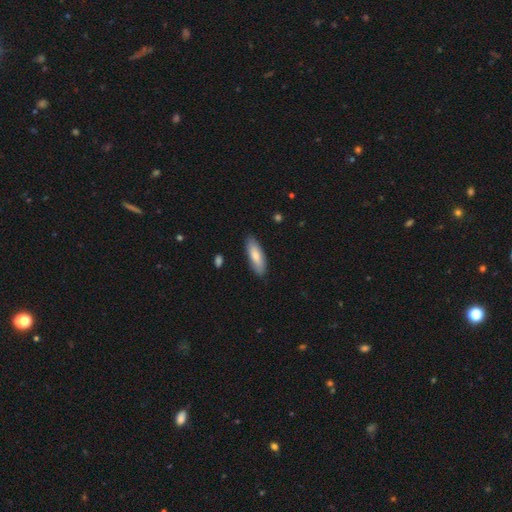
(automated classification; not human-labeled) This is likely a smooth galaxy (78%). How rounded: possibly in between (56%). Merging: clearly none (86%).